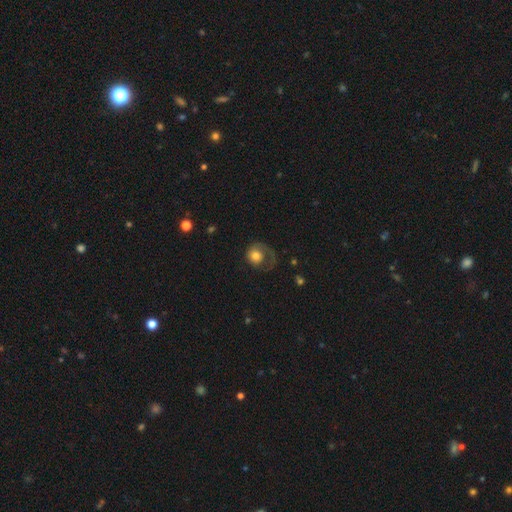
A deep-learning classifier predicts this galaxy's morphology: Smooth or featured: smooth — 53% (featured or disk — 39%)
How rounded: round — 77% (in between — 22%)
Merging: major disturbance — 42% (none — 38%)